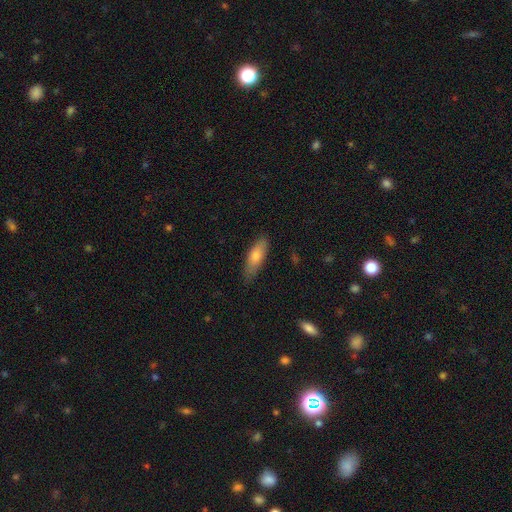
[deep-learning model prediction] The model was most divided on "how rounded": in between: 54%, cigar-shaped: 44%, round: 2%. More confident: merging — none (80%); smooth or featured — smooth (75%).